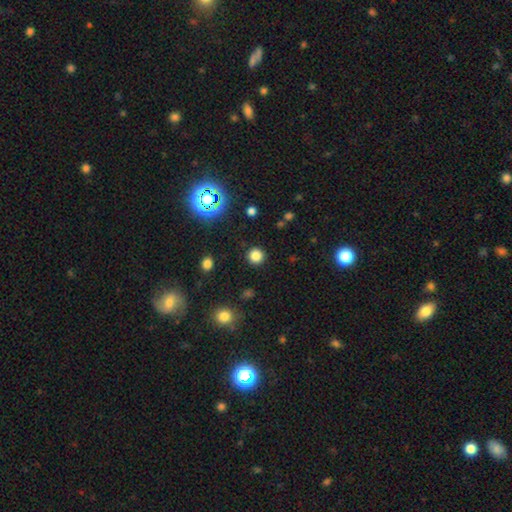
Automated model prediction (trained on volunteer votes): Smooth or featured? smooth (80%)
How rounded? round (94%)
Merging? none (91%)